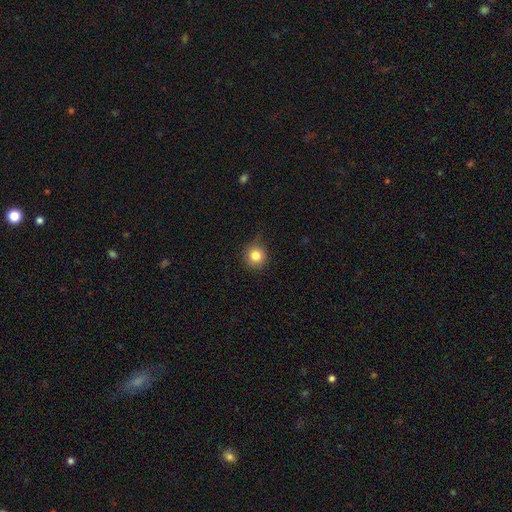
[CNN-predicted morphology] Smooth or featured?
  - smooth: 82% *
  - star or artifact: 11%
  - featured or disk: 6%
How rounded?
  - round: 92% *
  - in between: 7%
  - cigar-shaped: 1%
Merging?
  - none: 78% *
  - minor disturbance: 17%
  - major disturbance: 4%
  - merger: 1%